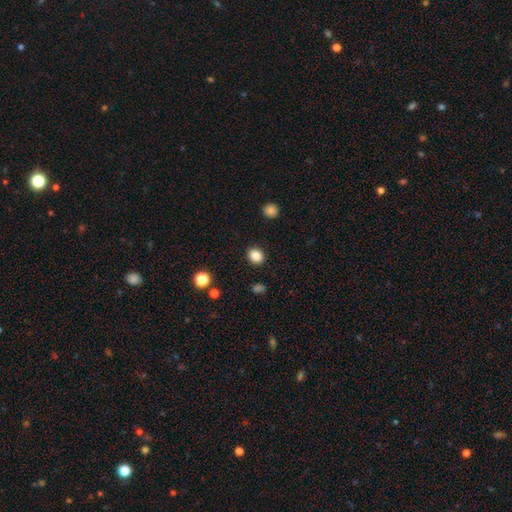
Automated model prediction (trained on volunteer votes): Smooth or featured?
  - smooth: 86% *
  - star or artifact: 10%
  - featured or disk: 3%
How rounded?
  - round: 66% *
  - in between: 34%
  - cigar-shaped: 1%
Merging?
  - none: 89% *
  - minor disturbance: 7%
  - major disturbance: 3%
  - merger: 1%